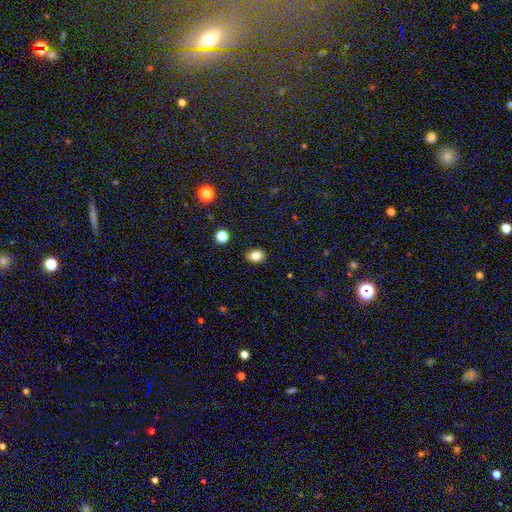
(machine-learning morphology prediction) smooth 83%, star or artifact 10%, featured or disk 6%. Down the decision tree: how rounded — in between (65%); merging — none (89%).